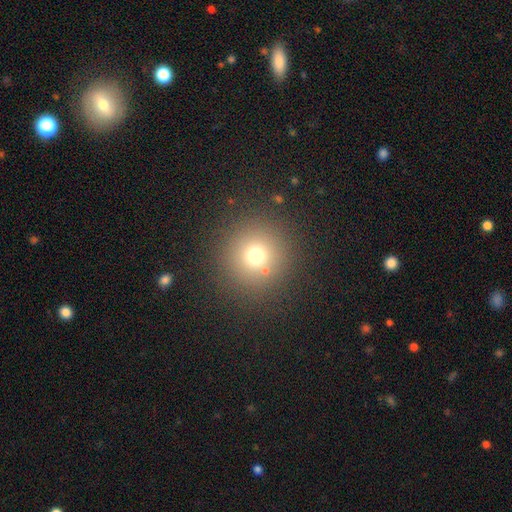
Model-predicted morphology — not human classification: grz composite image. It shows a smooth galaxy with no disk features (70%) that is round (95%). Merging: none (85%).